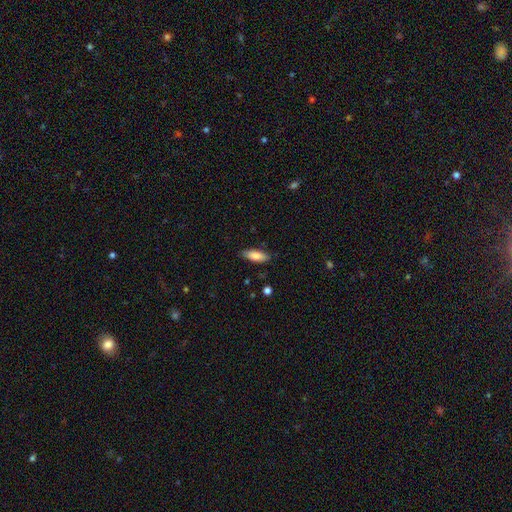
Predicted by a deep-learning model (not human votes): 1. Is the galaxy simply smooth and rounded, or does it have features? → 83% smooth, 11% featured or disk, 6% star or artifact.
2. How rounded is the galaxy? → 71% in between, 27% cigar-shaped, 2% round.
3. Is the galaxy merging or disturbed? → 85% none, 12% minor disturbance, 2% major disturbance, 1% merger.